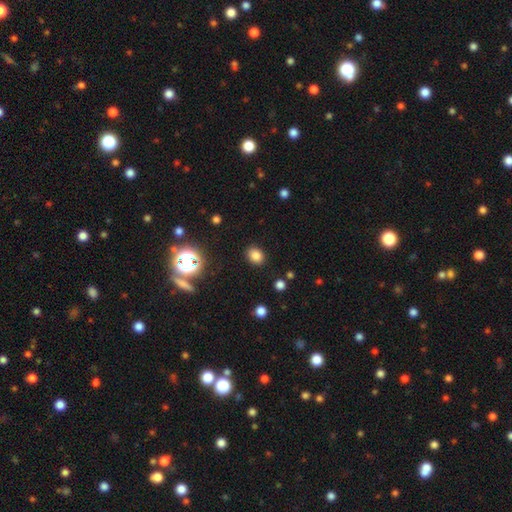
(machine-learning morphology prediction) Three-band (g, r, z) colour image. It shows a smooth galaxy with no disk features (79%) that is round (53%). Merging: none (88%).